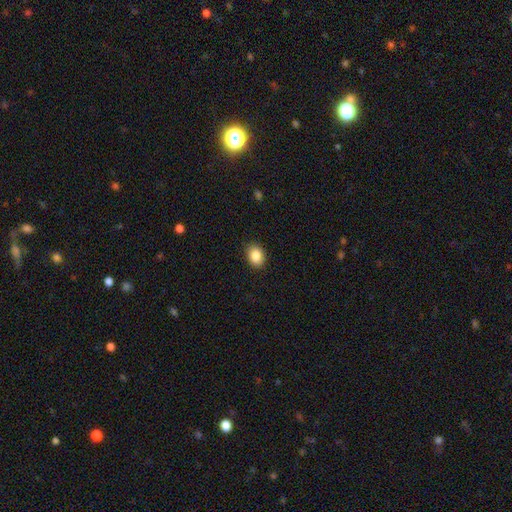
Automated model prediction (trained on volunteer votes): Q: Smooth or featured?
A: smooth (87%); runner-up: star or artifact (8%)
Q: How rounded?
A: in between (68%); runner-up: round (31%)
Q: Merging?
A: none (89%); runner-up: minor disturbance (8%)